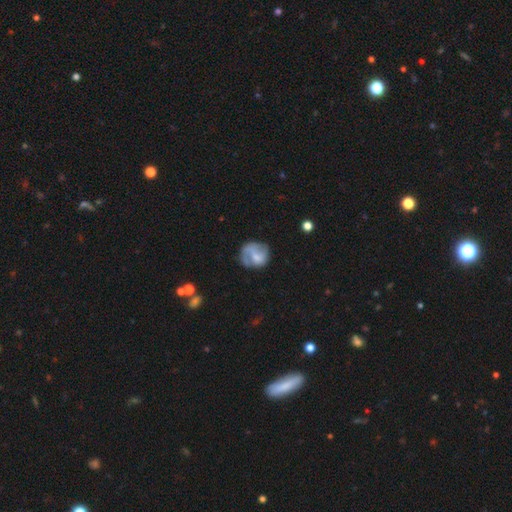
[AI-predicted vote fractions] A smooth galaxy with no disk features (48%). Merging: none (53%).